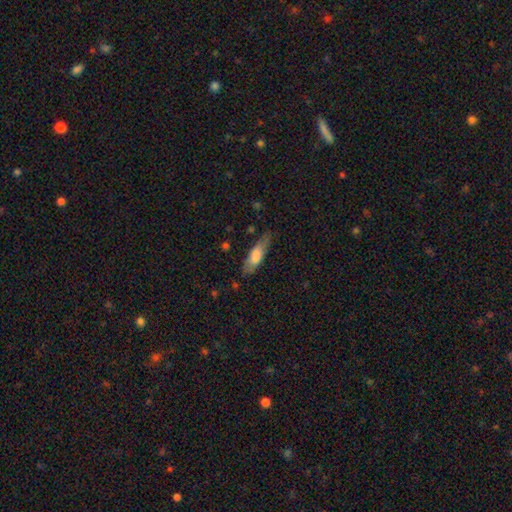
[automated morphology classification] smooth_or_featured: smooth (p=0.70) [alt: featured or disk p=0.24]
how_rounded: cigar-shaped (p=0.56) [alt: in between p=0.42]
merging: none (p=0.72) [alt: minor disturbance p=0.20]